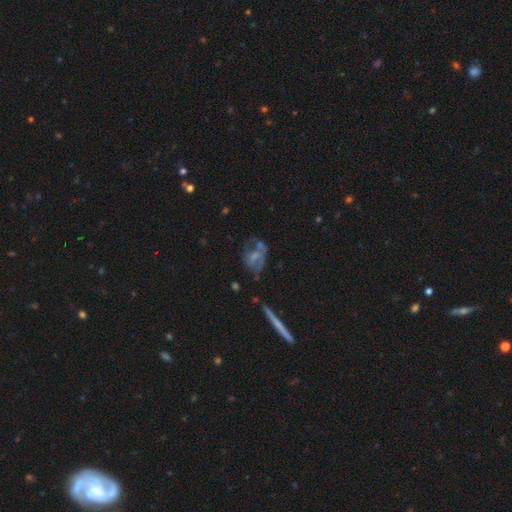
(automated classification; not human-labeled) featured or disk 63%, smooth 24%, star or artifact 13%. Down the decision tree: edge-on disk — no (88%); bar — no (64%); spiral arms — yes (51%); bulge size — small (37%); merging — none (48%).